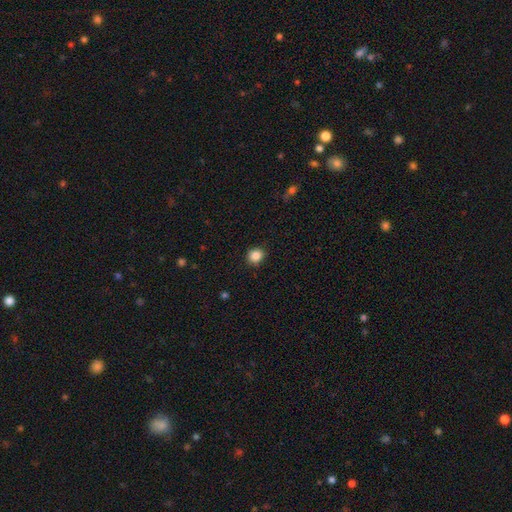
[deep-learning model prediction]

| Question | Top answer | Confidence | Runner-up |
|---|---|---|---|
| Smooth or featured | smooth | 86% | star or artifact (10%) |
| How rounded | round | 79% | in between (20%) |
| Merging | none | 89% | minor disturbance (8%) |